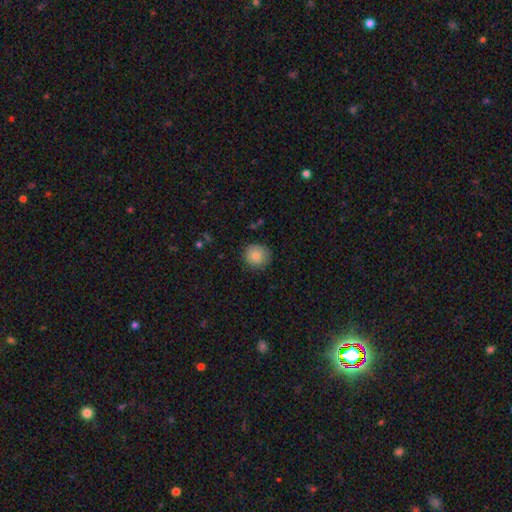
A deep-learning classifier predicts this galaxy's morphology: Smooth or featured? smooth (83%)
How rounded? round (91%)
Merging? none (84%)